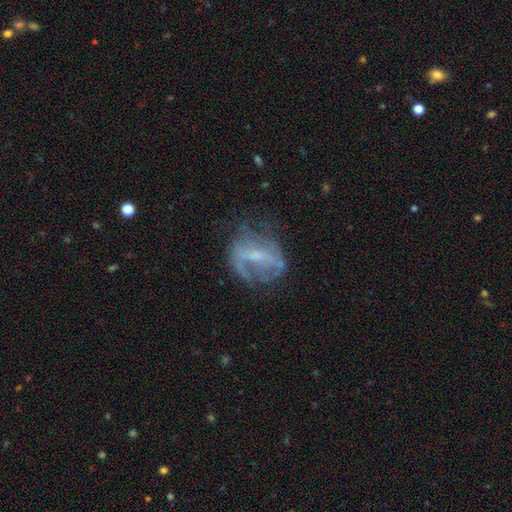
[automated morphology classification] Smooth or featured?
  - featured or disk: 66% *
  - smooth: 22%
  - star or artifact: 11%
Edge-on disk?
  - no: 95% *
  - yes: 5%
Bar?
  - weak: 43% *
  - no: 32%
  - strong: 25%
Spiral arms?
  - yes: 51% *
  - no: 49%
Bulge size?
  - small: 49% *
  - moderate: 28%
  - none: 20%
  - large: 2%
  - dominant: 1%
Merging?
  - none: 50% *
  - major disturbance: 25%
  - minor disturbance: 23%
  - merger: 2%